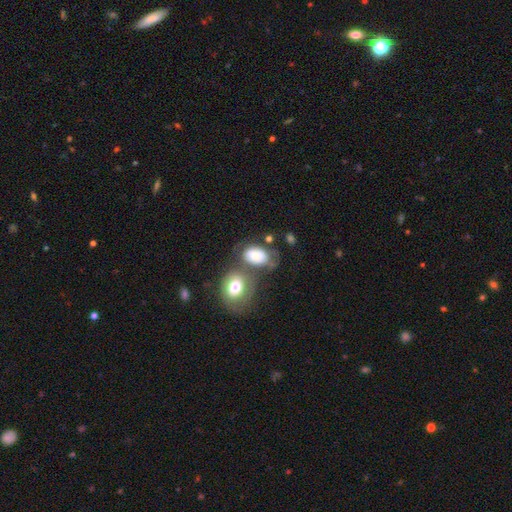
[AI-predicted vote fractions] Smooth or featured: smooth — 71% (featured or disk — 21%)
How rounded: in between — 80% (round — 18%)
Merging: none — 37% (merger — 33%)